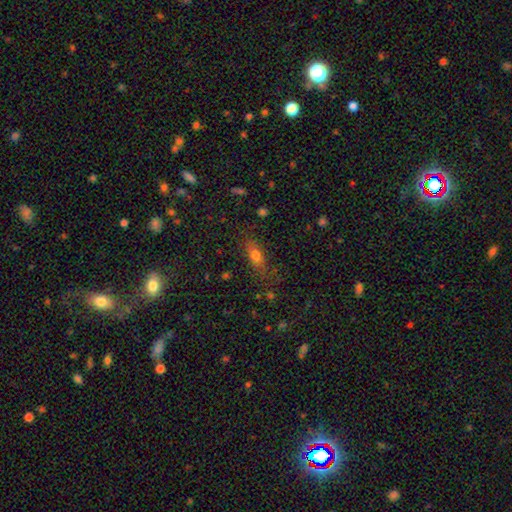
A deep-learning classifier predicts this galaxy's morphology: Smooth or featured? Predicted: smooth (p=0.73). How rounded? Predicted: in between (p=0.70). Merging? Predicted: none (p=0.71).